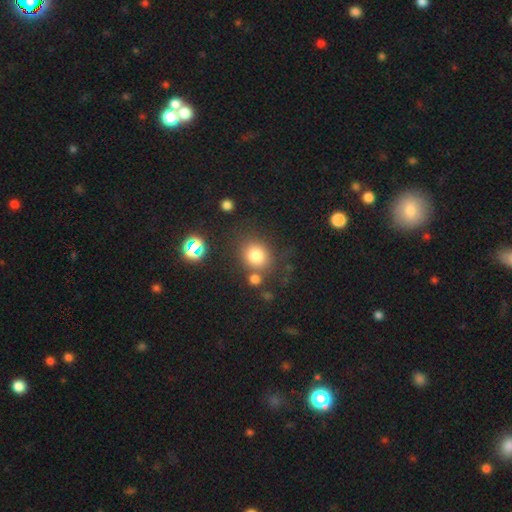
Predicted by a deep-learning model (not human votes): This appears to be a smooth galaxy with no disk features (79%) that is round (75%). Merging: none (70%).